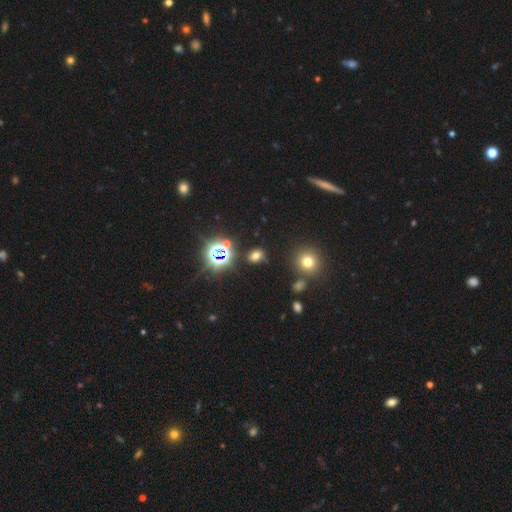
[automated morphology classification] A smooth galaxy with no disk features (52%) that is in between round and cigar-shaped (62%). Merging: none (74%).